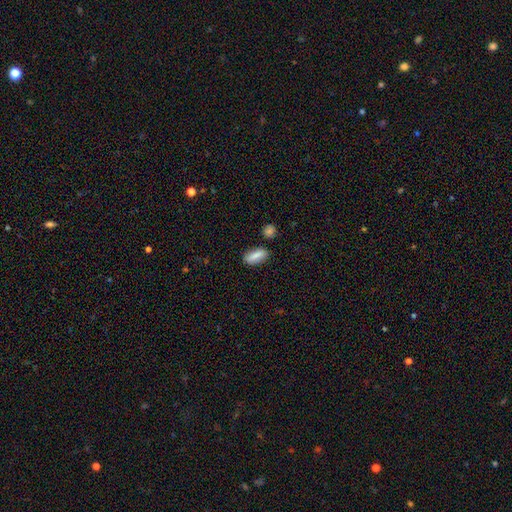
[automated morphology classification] Smooth or featured: smooth — 82% (featured or disk — 11%)
How rounded: in between — 71% (cigar-shaped — 25%)
Merging: none — 83% (minor disturbance — 11%)